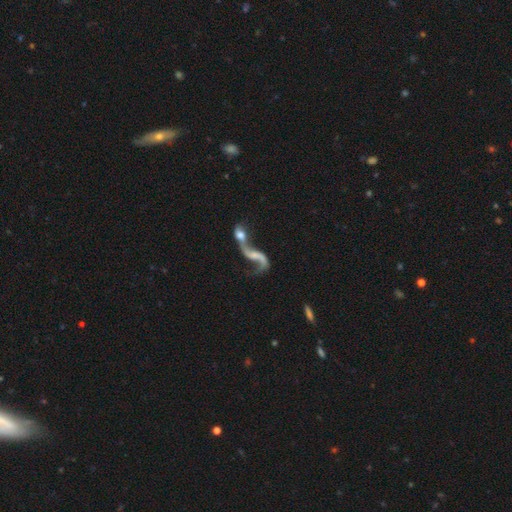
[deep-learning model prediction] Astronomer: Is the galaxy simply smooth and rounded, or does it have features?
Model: featured or disk — 78%.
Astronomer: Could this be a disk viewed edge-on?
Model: no — 94%.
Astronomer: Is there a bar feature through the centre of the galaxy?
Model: no — 52% (runner-up: weak, 35%).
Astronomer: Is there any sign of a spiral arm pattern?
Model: yes — 83%.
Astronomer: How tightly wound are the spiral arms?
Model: loose — 91%.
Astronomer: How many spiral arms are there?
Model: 2 — 81%.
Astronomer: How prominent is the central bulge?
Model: none — 39% (runner-up: small, 34%).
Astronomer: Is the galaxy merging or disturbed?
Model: merger — 65%.